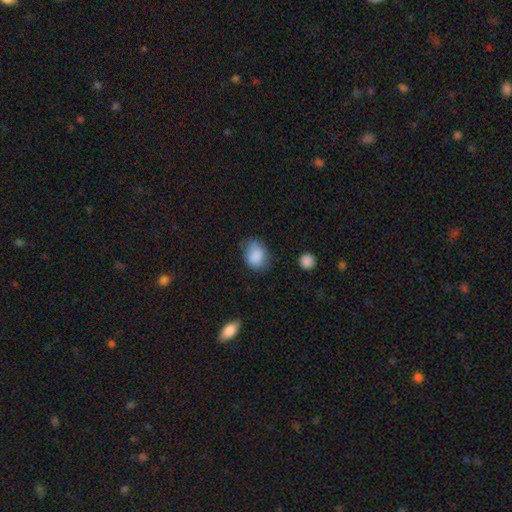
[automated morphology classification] smooth 86%, star or artifact 8%, featured or disk 6%. Down the decision tree: how rounded — in between (62%); merging — none (61%).